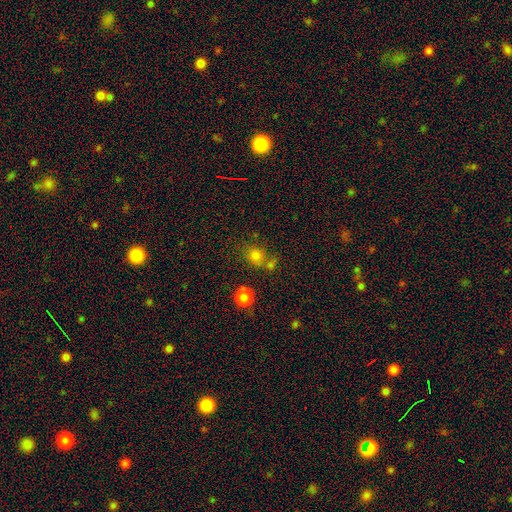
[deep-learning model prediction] This is likely a smooth galaxy (76%). How rounded: likely round (76%). Merging: possibly none (58%).